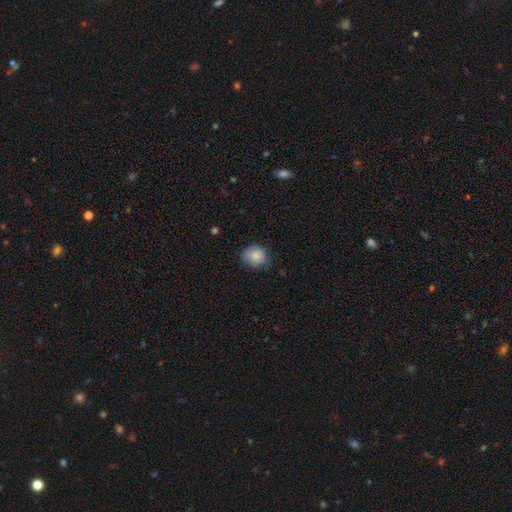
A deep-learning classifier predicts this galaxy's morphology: Smooth or featured: smooth — 86% (star or artifact — 8%)
How rounded: round — 73% (in between — 27%)
Merging: none — 75% (minor disturbance — 21%)